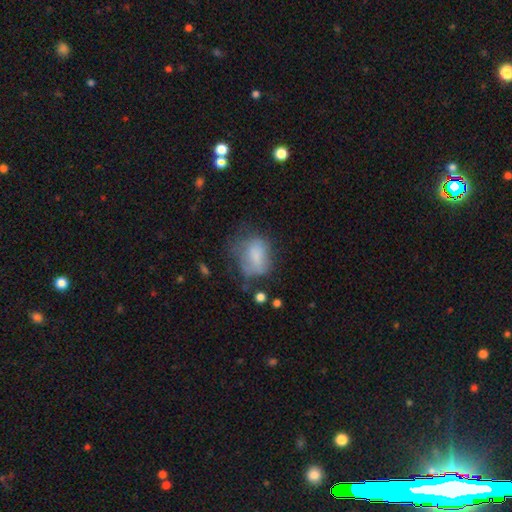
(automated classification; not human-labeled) This is likely a smooth galaxy (65%). How rounded: likely in between (67%). Merging: marginally none (35%).